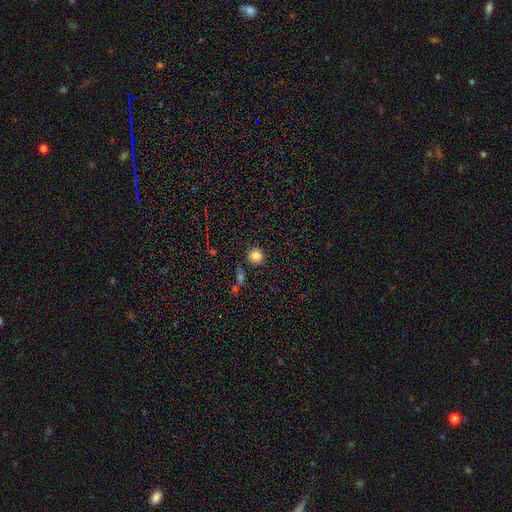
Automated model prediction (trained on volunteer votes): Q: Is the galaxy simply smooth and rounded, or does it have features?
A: smooth — 83%.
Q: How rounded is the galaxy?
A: round — 93%.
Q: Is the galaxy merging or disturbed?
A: none — 87%.